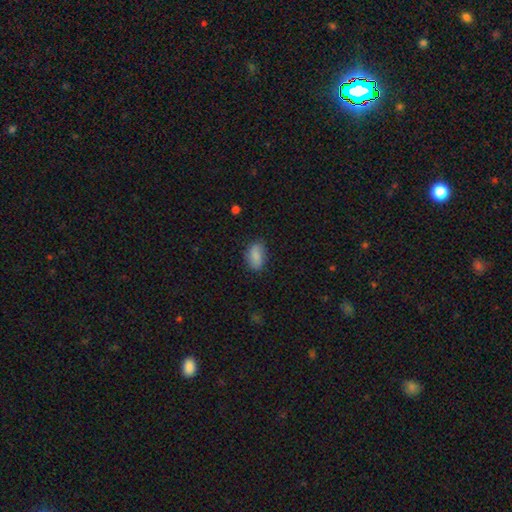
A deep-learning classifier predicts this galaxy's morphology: This appears to be a smooth galaxy with no disk features (85%) that is in between round and cigar-shaped (90%). Merging: none (79%).